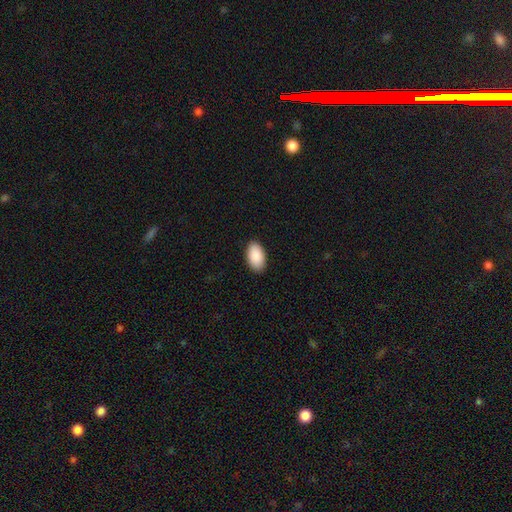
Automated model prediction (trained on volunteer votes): Smooth or featured: smooth — 91% (star or artifact — 6%)
How rounded: in between — 96% (round — 3%)
Merging: none — 90% (minor disturbance — 8%)